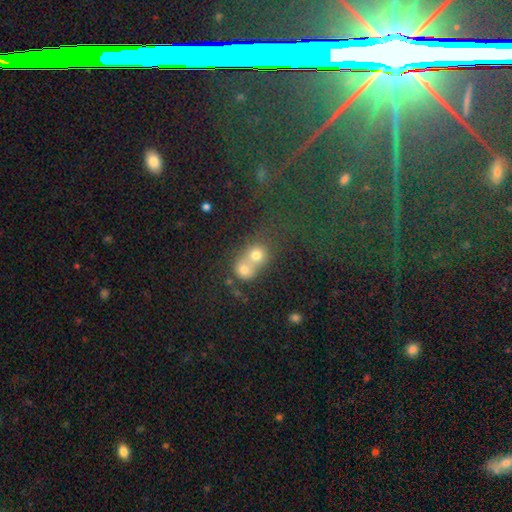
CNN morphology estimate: The model was most divided on "merging": merger: 67%, none: 24%, minor disturbance: 5%, major disturbance: 3%. More confident: how rounded — round (75%); smooth or featured — smooth (66%).